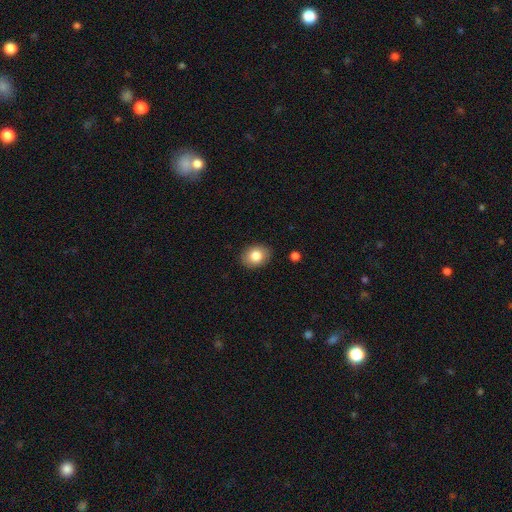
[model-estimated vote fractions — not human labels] Morphology: type=smooth (83%); roundness=in between (57%); merging=none (88%).